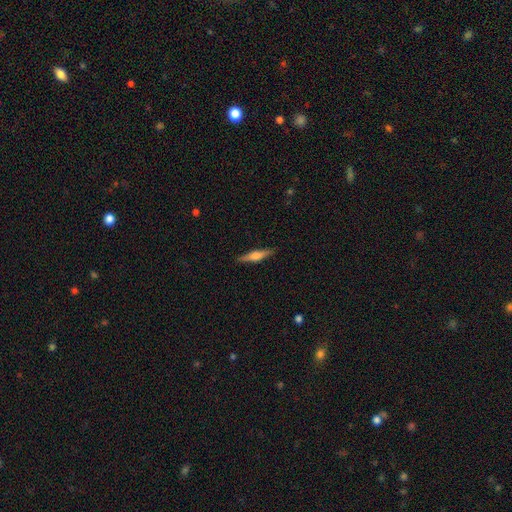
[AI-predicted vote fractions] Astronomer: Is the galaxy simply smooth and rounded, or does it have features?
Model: featured or disk — 57% (runner-up: smooth, 37%).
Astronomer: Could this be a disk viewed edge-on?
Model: yes — 97%.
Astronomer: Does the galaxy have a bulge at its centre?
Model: rounded — 80%.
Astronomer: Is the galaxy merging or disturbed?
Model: none — 89%.